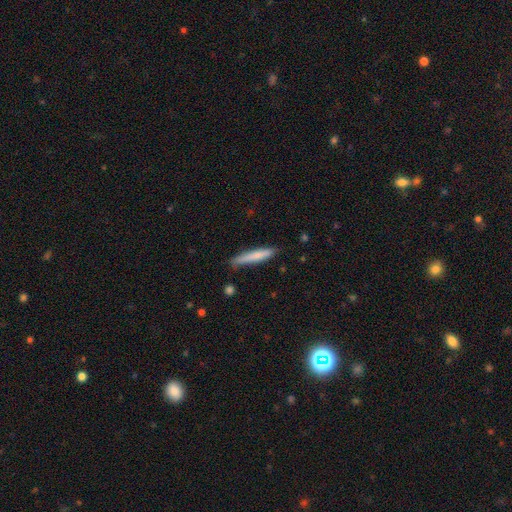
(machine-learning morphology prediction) Smooth or featured?
  - smooth: 76% *
  - featured or disk: 18%
  - star or artifact: 6%
How rounded?
  - cigar-shaped: 93% *
  - in between: 5%
  - round: 1%
Merging?
  - none: 81% *
  - minor disturbance: 15%
  - major disturbance: 2%
  - merger: 2%